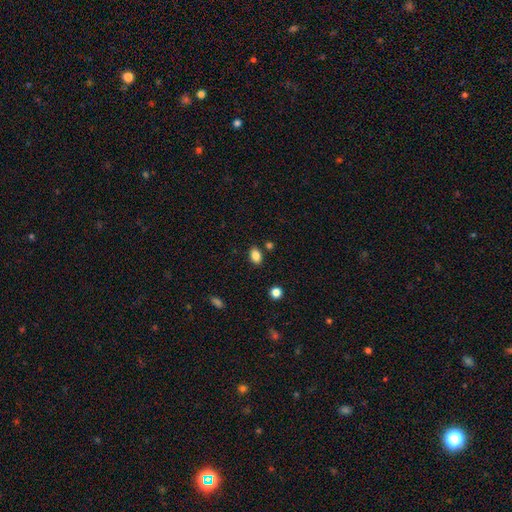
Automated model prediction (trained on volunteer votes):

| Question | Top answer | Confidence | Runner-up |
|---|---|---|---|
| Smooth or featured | smooth | 85% | star or artifact (10%) |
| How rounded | in between | 85% | round (14%) |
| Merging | none | 83% | minor disturbance (10%) |